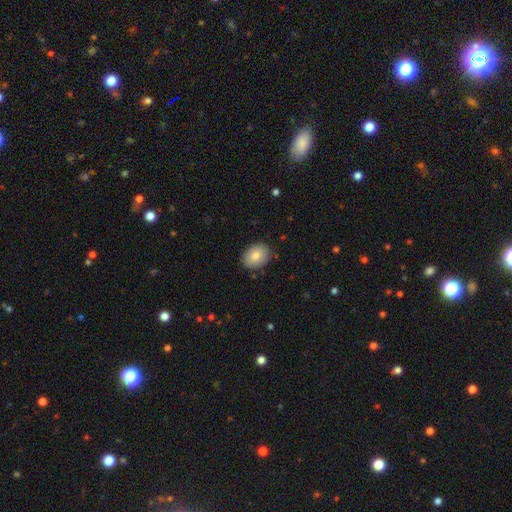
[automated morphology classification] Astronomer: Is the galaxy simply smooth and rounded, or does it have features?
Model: smooth — 81%.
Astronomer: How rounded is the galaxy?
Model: in between — 69%.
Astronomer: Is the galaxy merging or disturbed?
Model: none — 87%.